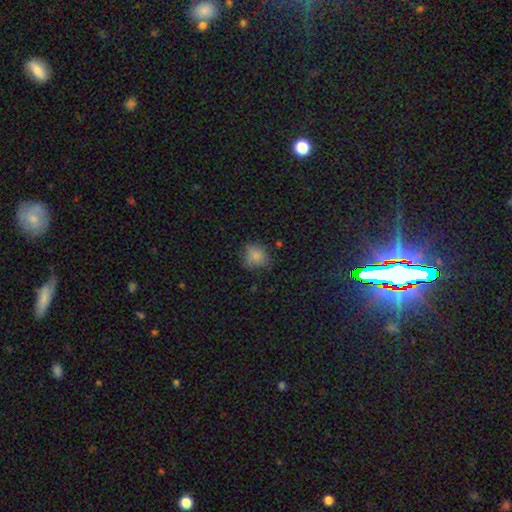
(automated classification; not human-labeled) Q: Smooth or featured?
A: smooth (77%); runner-up: star or artifact (14%)
Q: How rounded?
A: round (67%); runner-up: in between (32%)
Q: Merging?
A: none (63%); runner-up: minor disturbance (26%)